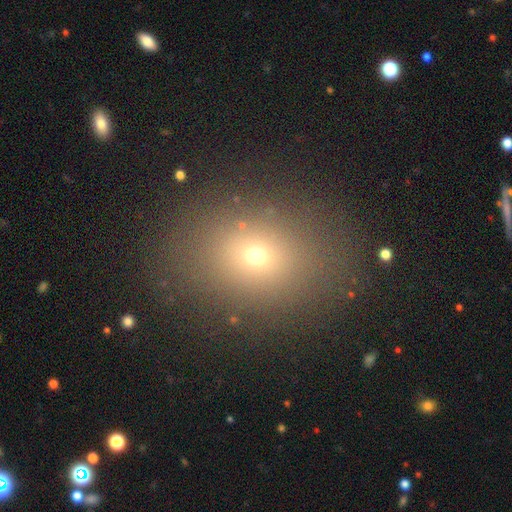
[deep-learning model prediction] Morphology: type=smooth (67%); roundness=in between (51%); merging=none (81%).